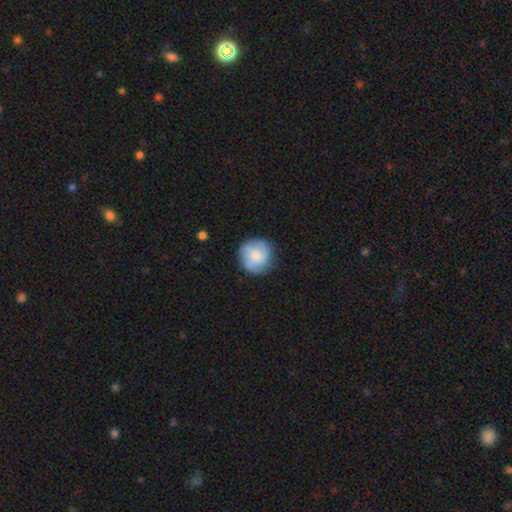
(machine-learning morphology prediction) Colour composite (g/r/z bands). It shows a smooth galaxy with no disk features (53%) that is round (92%). Merging: none (81%).